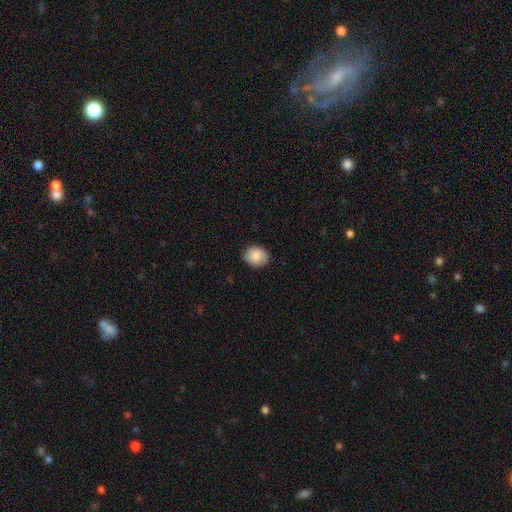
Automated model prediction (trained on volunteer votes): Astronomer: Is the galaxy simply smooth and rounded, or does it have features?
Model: smooth — 86%.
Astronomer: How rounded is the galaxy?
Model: round — 57% (runner-up: in between, 42%).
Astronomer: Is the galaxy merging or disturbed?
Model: none — 85%.